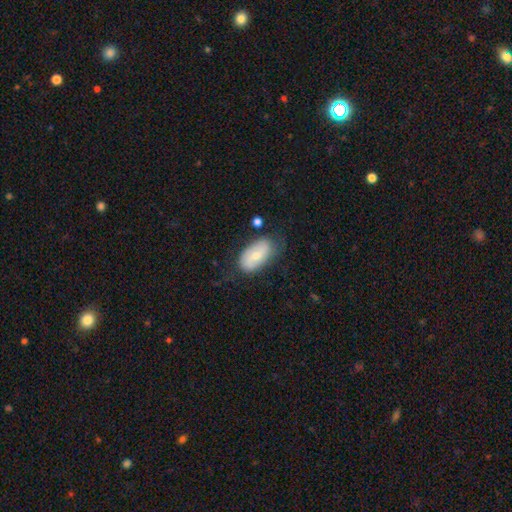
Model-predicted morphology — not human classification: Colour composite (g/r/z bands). It shows a smooth galaxy with no disk features (56%) that is in between round and cigar-shaped (93%). Merging: none (65%).